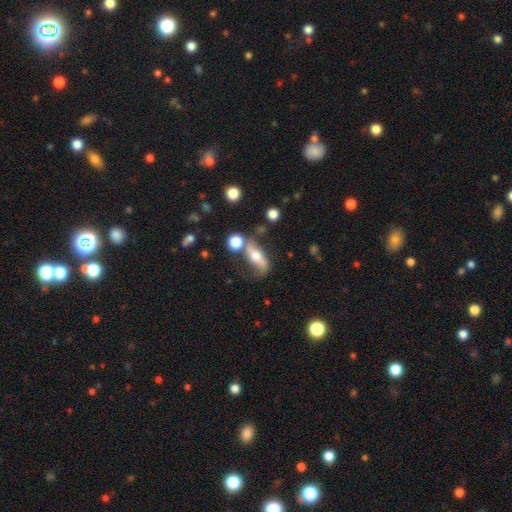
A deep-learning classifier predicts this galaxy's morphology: Smooth or featured? Predicted: featured or disk (p=0.53). Edge-on disk? Predicted: no (p=0.63). Merging? Predicted: none (p=0.54).